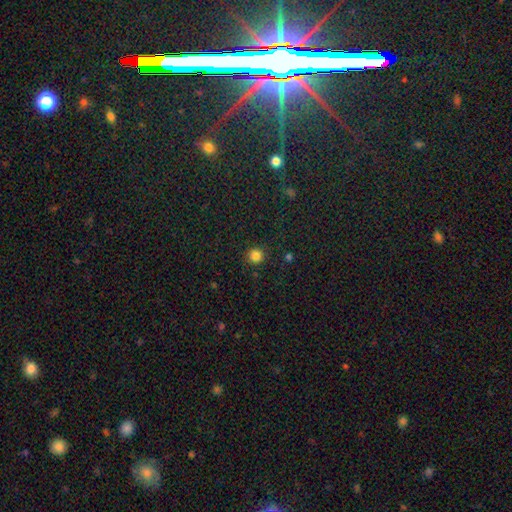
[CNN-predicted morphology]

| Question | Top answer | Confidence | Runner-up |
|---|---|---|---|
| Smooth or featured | smooth | 84% | star or artifact (12%) |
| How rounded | round | 94% | in between (5%) |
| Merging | none | 91% | minor disturbance (6%) |